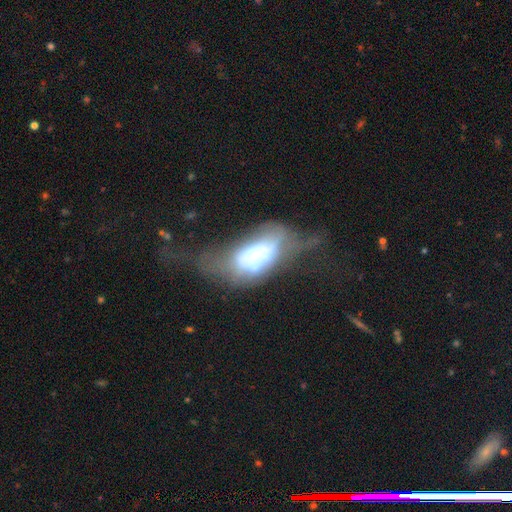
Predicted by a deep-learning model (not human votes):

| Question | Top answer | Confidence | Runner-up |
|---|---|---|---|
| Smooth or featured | featured or disk | 56% | smooth (35%) |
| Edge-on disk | no | 87% | yes (13%) |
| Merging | major disturbance | 53% | none (19%) |